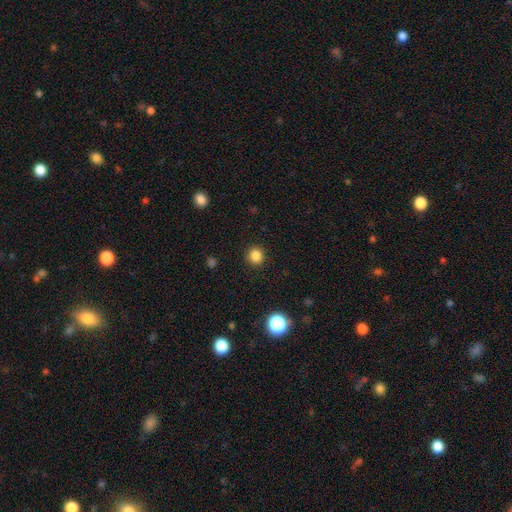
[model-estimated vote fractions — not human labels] Smooth or featured?
  - smooth: 84% *
  - star or artifact: 12%
  - featured or disk: 4%
How rounded?
  - round: 89% *
  - in between: 10%
  - cigar-shaped: 1%
Merging?
  - none: 91% *
  - minor disturbance: 6%
  - major disturbance: 2%
  - merger: 1%